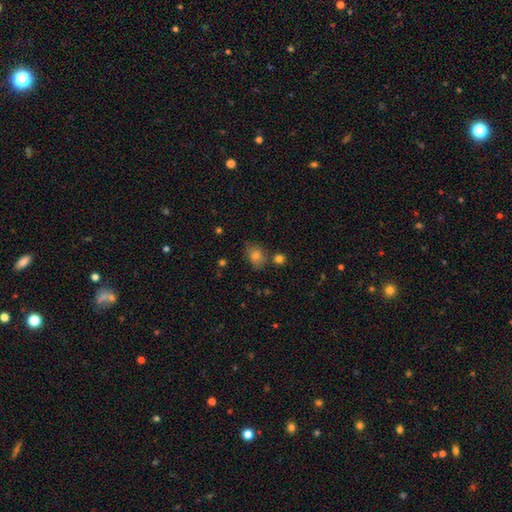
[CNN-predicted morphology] smooth-or-featured: smooth: 75% | star or artifact: 14% | featured or disk: 10%
  how-rounded: in between: 58% | round: 41% | cigar-shaped: 1%
  merging: none: 70% | minor disturbance: 18% | merger: 8% | major disturbance: 5%